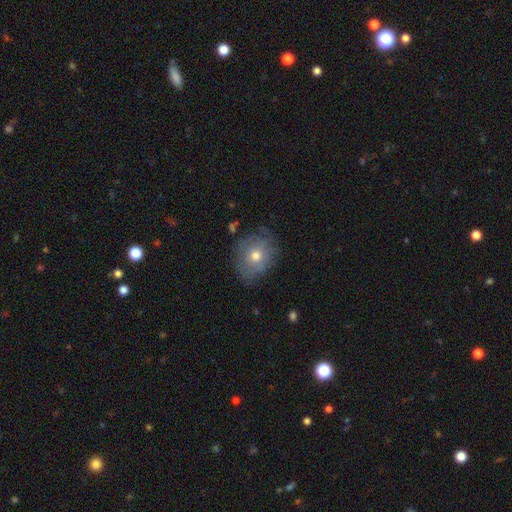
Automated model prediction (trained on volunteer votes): The model was most divided on "how rounded": round: 62%, in between: 37%, cigar-shaped: 1%. More confident: merging — none (68%); smooth or featured — smooth (59%).